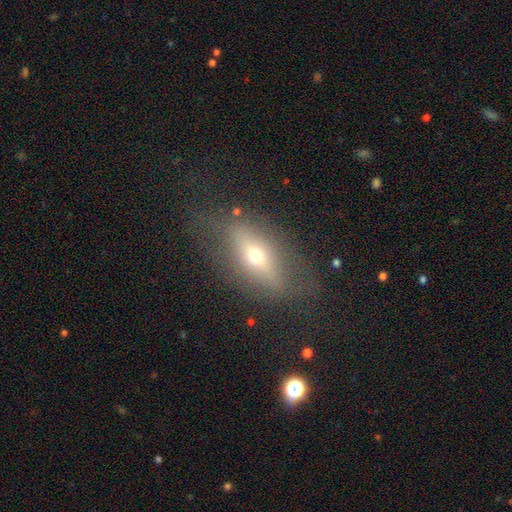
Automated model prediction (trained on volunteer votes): featured or disk 45%, smooth 43%, star or artifact 12%. Down the decision tree: merging — none (66%).